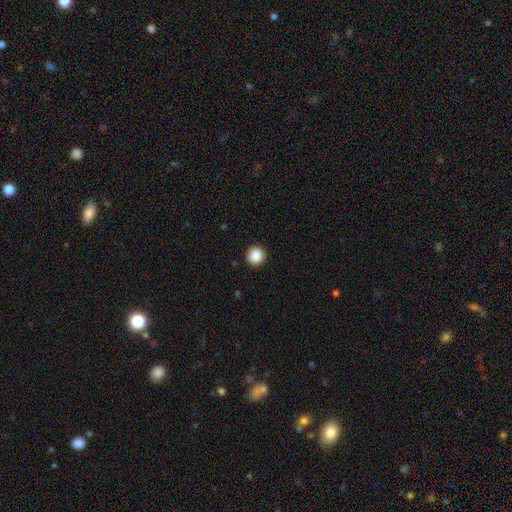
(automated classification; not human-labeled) Smooth or featured? Predicted: smooth (p=0.88). How rounded? Predicted: round (p=0.94). Merging? Predicted: none (p=0.93).